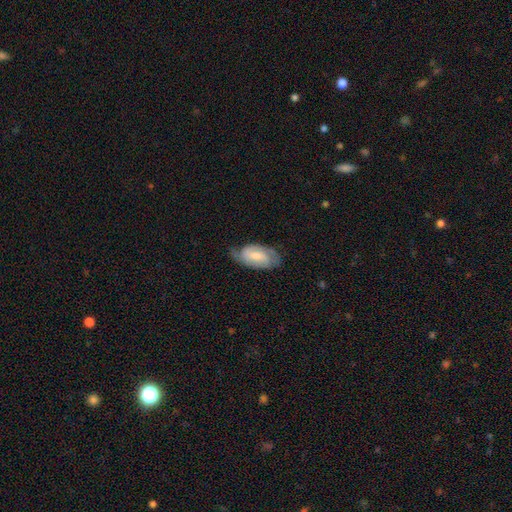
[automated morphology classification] Q: Smooth or featured?
A: featured or disk (61%); runner-up: smooth (33%)
Q: Edge-on disk?
A: no (94%); runner-up: yes (6%)
Q: Bar?
A: weak (50%); runner-up: no (32%)
Q: Spiral arms?
A: yes (88%); runner-up: no (12%)
Q: Spiral winding?
A: medium (44%); runner-up: tight (35%)
Q: Spiral arm count?
A: 2 (70%); runner-up: can't tell (17%)
Q: Bulge size?
A: moderate (47%); runner-up: small (43%)
Q: Merging?
A: none (64%); runner-up: minor disturbance (27%)